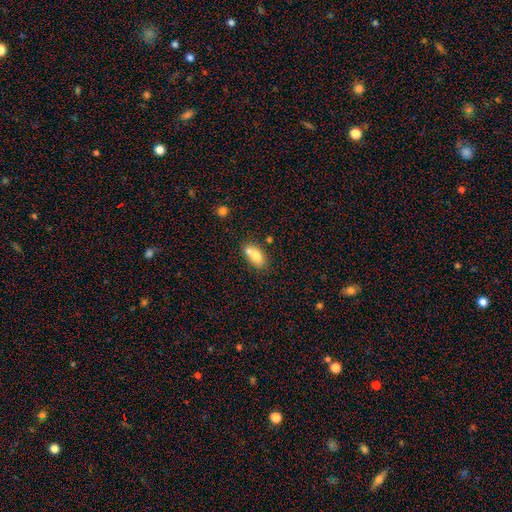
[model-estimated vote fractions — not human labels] The model was most divided on "merging": merger: 43%, none: 40%, minor disturbance: 12%, major disturbance: 4%. More confident: how rounded — in between (85%); smooth or featured — smooth (75%).